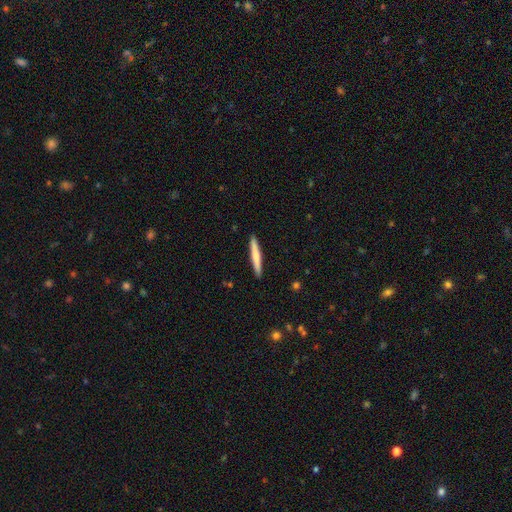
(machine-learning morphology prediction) Smooth or featured? Predicted: smooth (p=0.65). How rounded? Predicted: cigar-shaped (p=0.95). Merging? Predicted: none (p=0.92).